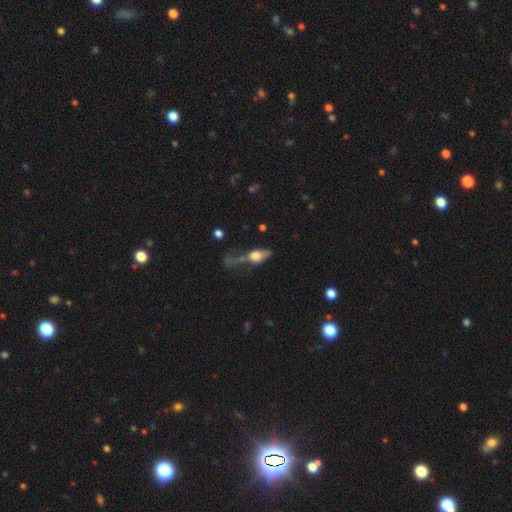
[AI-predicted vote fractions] Smooth or featured?
  - smooth: 56% *
  - featured or disk: 33%
  - star or artifact: 11%
How rounded?
  - in between: 67% *
  - cigar-shaped: 18%
  - round: 15%
Merging?
  - major disturbance: 38% *
  - none: 25%
  - merger: 19%
  - minor disturbance: 18%